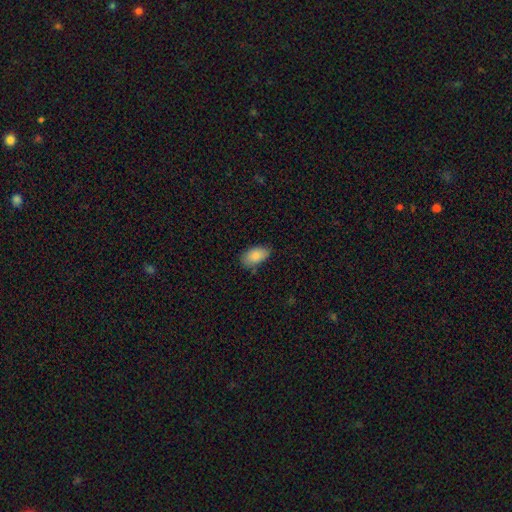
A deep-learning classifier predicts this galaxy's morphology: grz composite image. It shows a smooth galaxy with no disk features (86%) that is in between round and cigar-shaped (94%). Merging: none (74%).